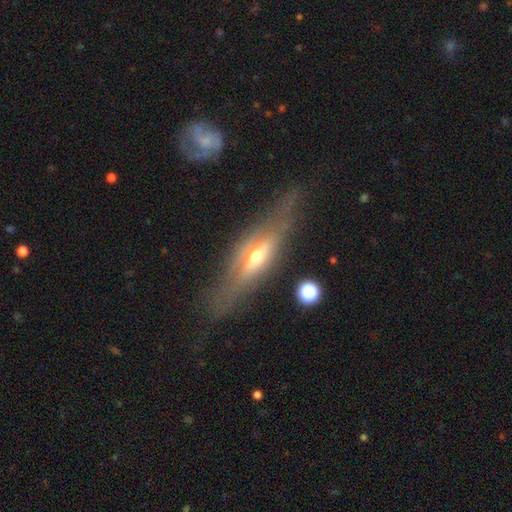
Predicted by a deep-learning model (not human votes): Smooth or featured? Predicted: featured or disk (p=0.74). Edge-on disk? Predicted: yes (p=0.86). Edge-on bulge? Predicted: rounded (p=0.86). Merging? Predicted: none (p=0.71).